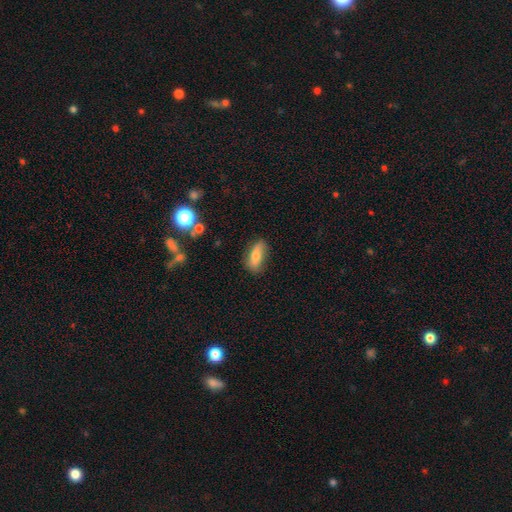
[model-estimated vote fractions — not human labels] Morphology: type=smooth (67%); roundness=in between (72%); merging=none (76%).